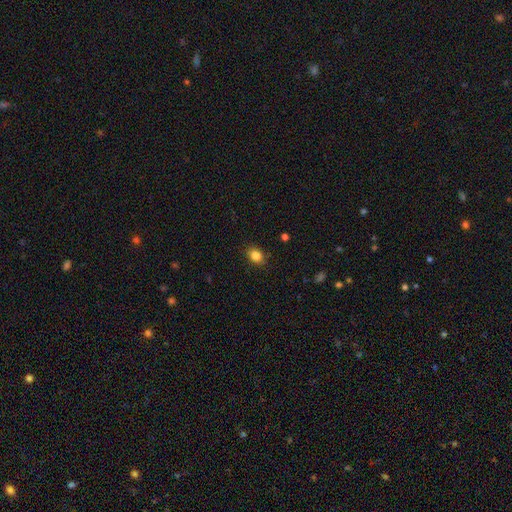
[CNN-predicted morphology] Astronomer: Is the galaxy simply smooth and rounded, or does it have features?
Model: smooth — 85%.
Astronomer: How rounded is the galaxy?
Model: in between — 63%.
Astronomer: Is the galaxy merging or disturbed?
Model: none — 87%.